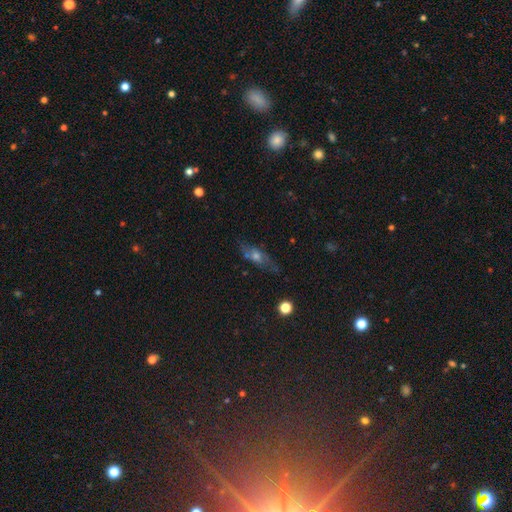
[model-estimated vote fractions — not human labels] A featured or disk galaxy (50%) viewed edge-on (54%). Merging: none (74%).